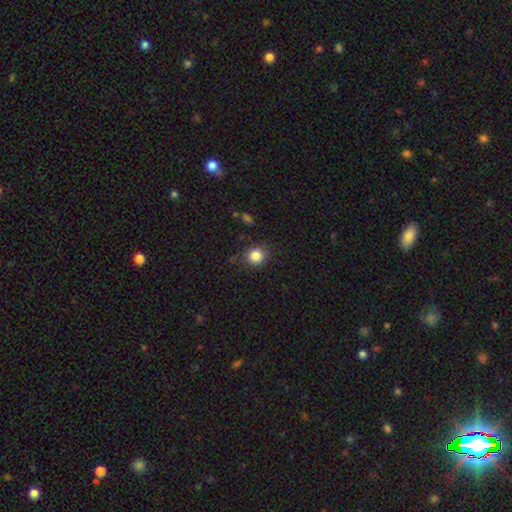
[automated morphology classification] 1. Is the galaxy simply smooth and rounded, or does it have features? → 84% smooth, 11% star or artifact, 5% featured or disk.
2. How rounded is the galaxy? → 86% round, 13% in between, 1% cigar-shaped.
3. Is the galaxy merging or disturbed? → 85% none, 11% minor disturbance, 3% major disturbance, 2% merger.